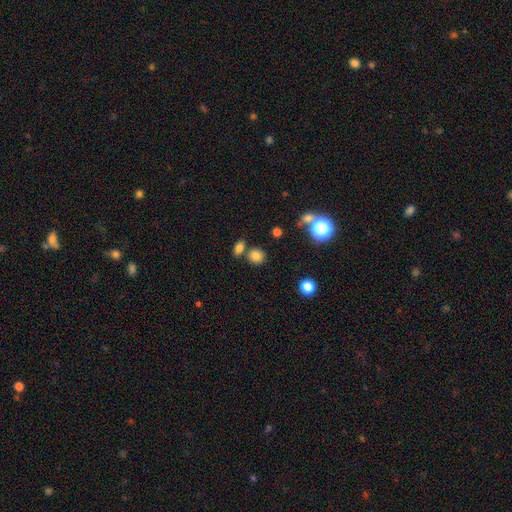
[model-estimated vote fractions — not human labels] The model was most divided on "merging": none: 69%, merger: 18%, minor disturbance: 10%, major disturbance: 4%. More confident: smooth or featured — smooth (81%); how rounded — round (76%).